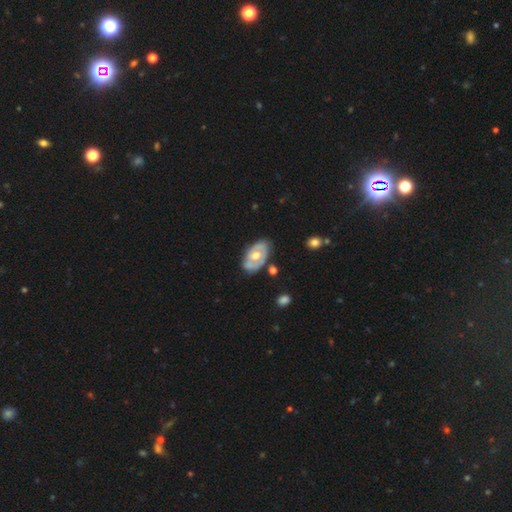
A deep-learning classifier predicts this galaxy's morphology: Smooth or featured? featured or disk (66%)
Edge-on disk? no (93%)
Bar? no (71%)
Spiral arms? no (50%, tied with yes)
Bulge size? moderate (75%)
Merging? none (70%)